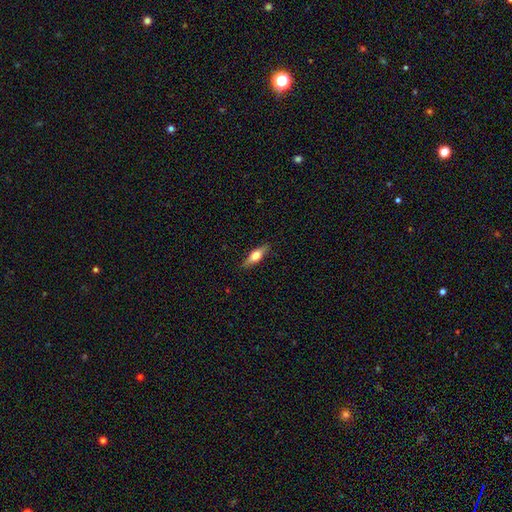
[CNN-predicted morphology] The model was most divided on "how rounded": in between: 51%, cigar-shaped: 46%, round: 4%. More confident: merging — none (84%); smooth or featured — smooth (50%).